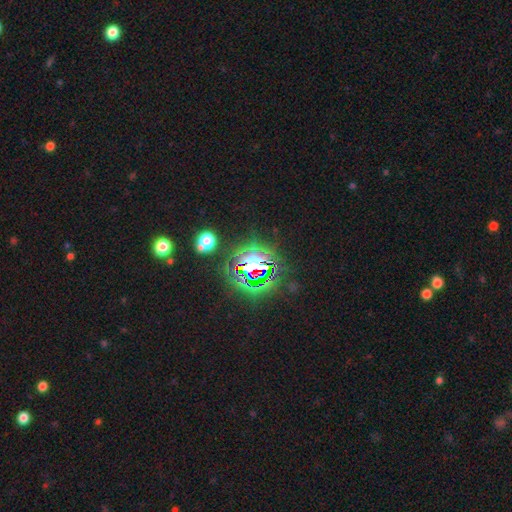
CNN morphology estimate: This is likely a star or artifact rather than a galaxy (76%).